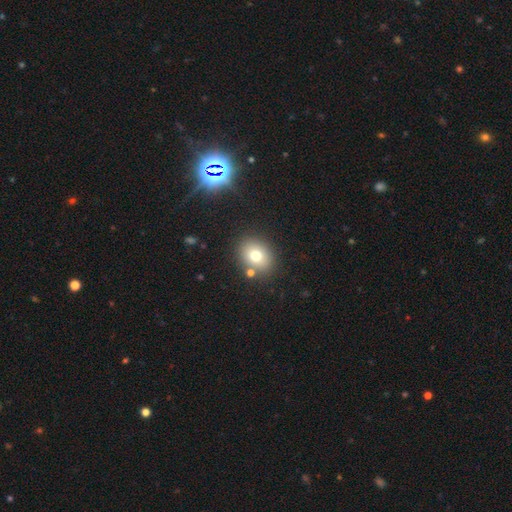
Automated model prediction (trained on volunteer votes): A smooth galaxy with no disk features (75%) that is in between round and cigar-shaped (52%). Merging: none (80%).